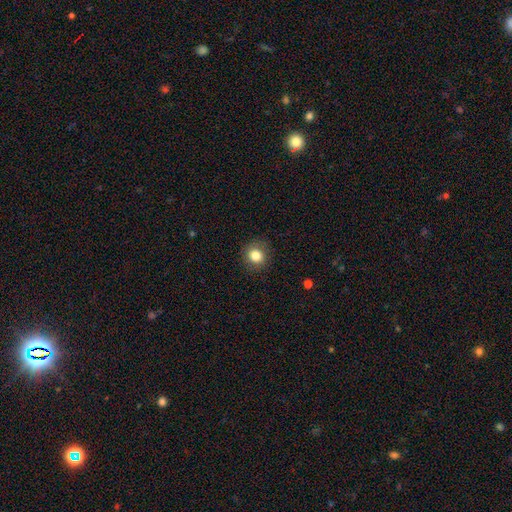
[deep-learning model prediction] Morphology: type=smooth (82%); roundness=round (84%); merging=none (87%).